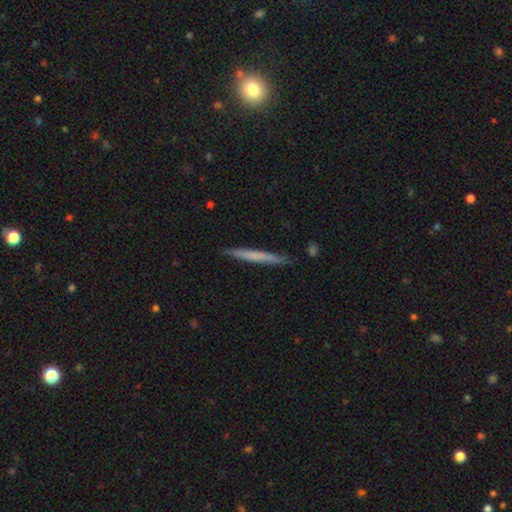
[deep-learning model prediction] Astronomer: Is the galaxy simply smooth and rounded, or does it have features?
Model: smooth — 59% (runner-up: featured or disk, 36%).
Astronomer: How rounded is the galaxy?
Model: cigar-shaped — 97%.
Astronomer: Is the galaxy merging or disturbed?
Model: none — 88%.